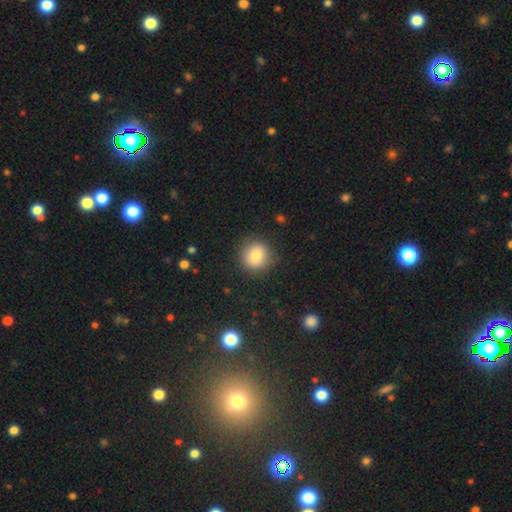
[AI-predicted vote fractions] Overall: smooth (82%). How rounded: round (87%). Merging: none (85%).